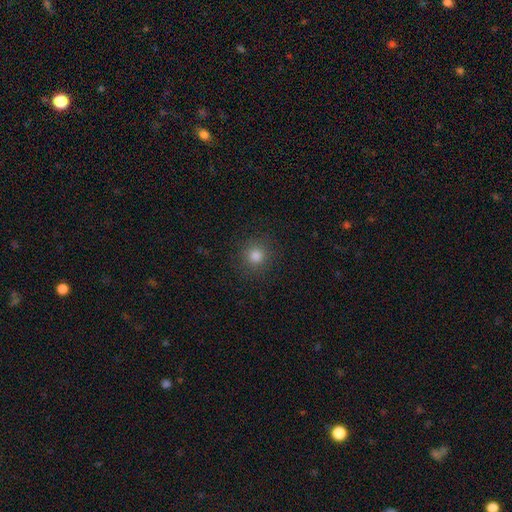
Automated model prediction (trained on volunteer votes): A smooth galaxy with no disk features (82%) that is round (93%).

Vote fractions:
- Smooth or featured? smooth: 82% / star or artifact: 14% / featured or disk: 5%
- How rounded? round: 93% / in between: 6% / cigar-shaped: 1%
- Merging? none: 90% / minor disturbance: 6% / major disturbance: 3% / merger: 1%